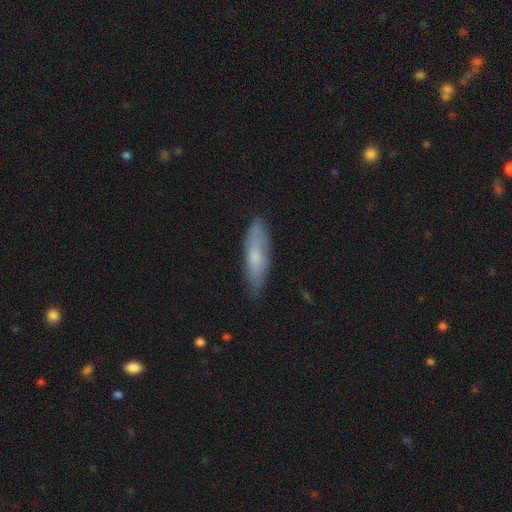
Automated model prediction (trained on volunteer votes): The model was most divided on "how rounded": cigar-shaped: 66%, in between: 32%, round: 2%. More confident: merging — none (79%); smooth or featured — smooth (64%).